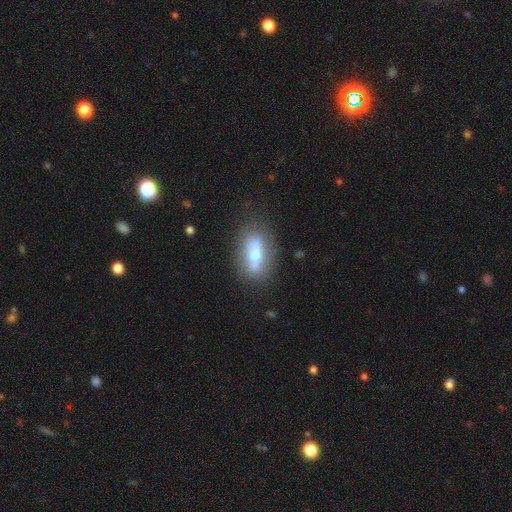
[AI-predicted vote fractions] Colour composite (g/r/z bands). It shows a featured or disk galaxy (57%). Merging: none (78%).